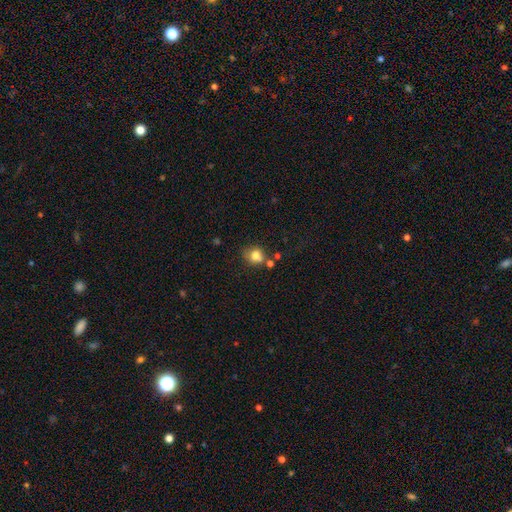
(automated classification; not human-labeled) smooth 78%, star or artifact 11%, featured or disk 11%. Down the decision tree: how rounded — round (76%); merging — none (57%).